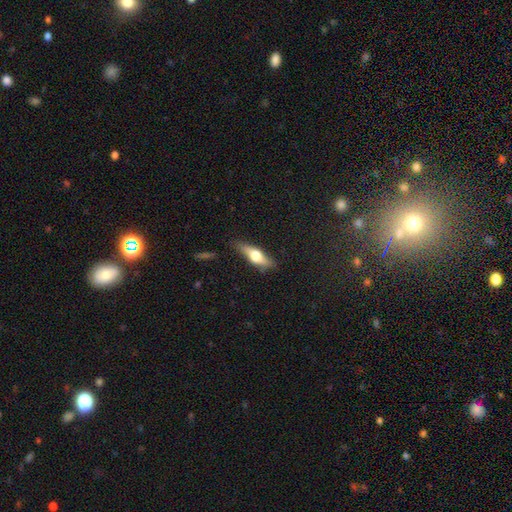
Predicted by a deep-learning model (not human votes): featured or disk 50%, smooth 43%, star or artifact 6%. Down the decision tree: edge-on disk — yes (90%); merging — none (79%).